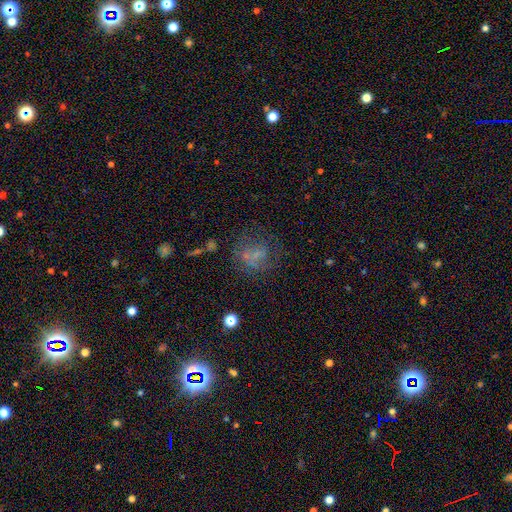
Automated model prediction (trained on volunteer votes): Q: Smooth or featured?
A: smooth (44%); runner-up: featured or disk (35%)
Q: Merging?
A: none (53%); runner-up: major disturbance (23%)